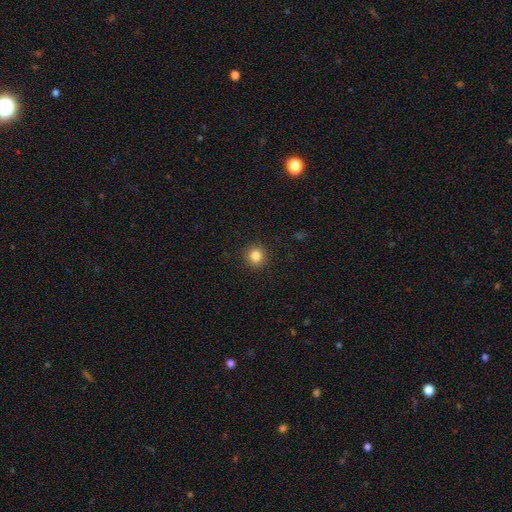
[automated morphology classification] Smooth or featured? Predicted: smooth (p=0.83). How rounded? Predicted: round (p=0.93). Merging? Predicted: none (p=0.92).